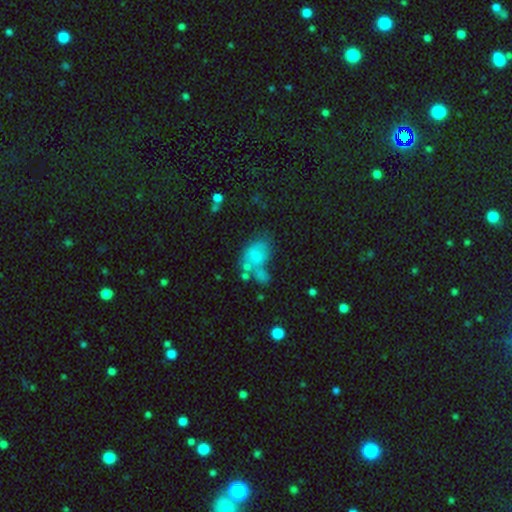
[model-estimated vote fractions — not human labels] Overall: smooth (60%; featured or disk 27%). How rounded: in between (78%). Merging: merger (31%; none 28%).